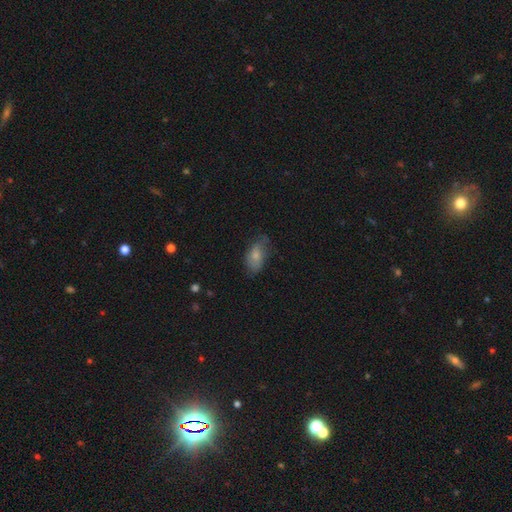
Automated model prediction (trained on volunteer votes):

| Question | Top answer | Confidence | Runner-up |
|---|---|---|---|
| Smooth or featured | smooth | 69% | featured or disk (24%) |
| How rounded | in between | 91% | round (5%) |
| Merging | none | 59% | minor disturbance (29%) |